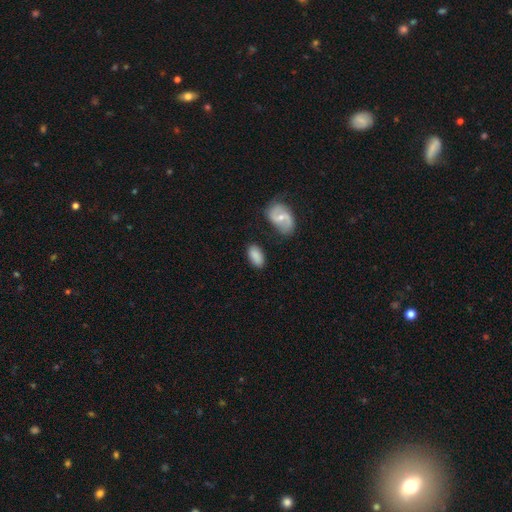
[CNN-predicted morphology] type=smooth (81%); roundness=in between (93%); merging=none (77%).